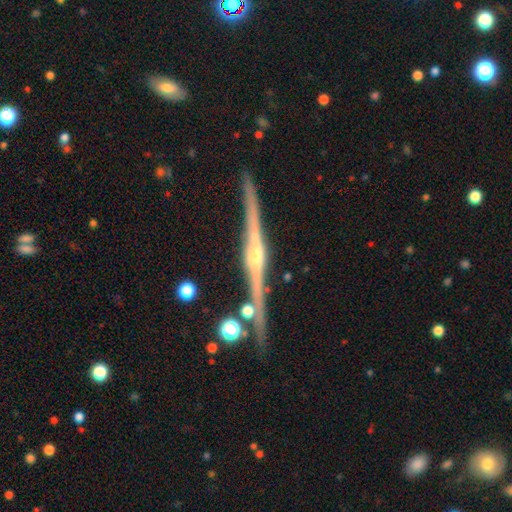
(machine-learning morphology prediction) Smooth or featured? Predicted: featured or disk (p=0.86). Edge-on disk? Predicted: yes (p=0.98). Edge-on bulge? Predicted: rounded (p=0.85). Merging? Predicted: none (p=0.86).